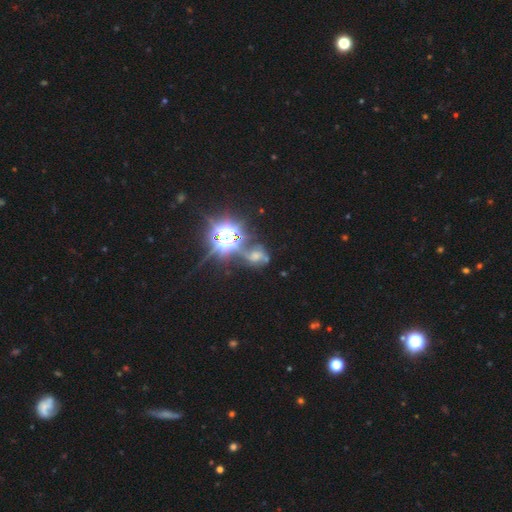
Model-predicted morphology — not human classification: Smooth or featured: star or artifact — 47% (featured or disk — 34%)